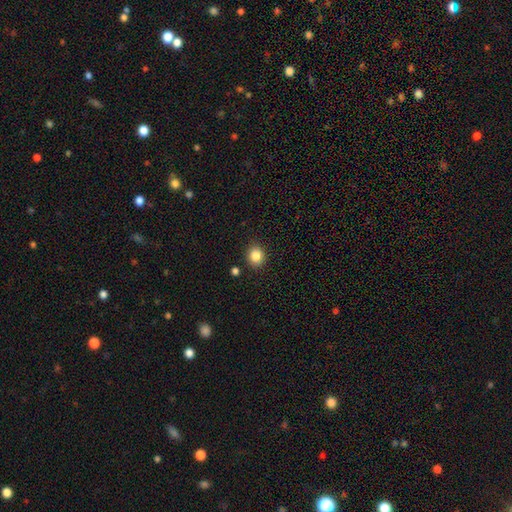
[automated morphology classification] This appears to be a smooth galaxy with no disk features (86%) that is round (77%). Merging: none (88%).